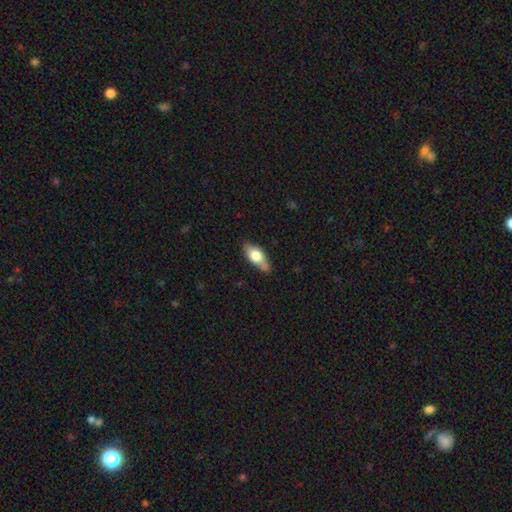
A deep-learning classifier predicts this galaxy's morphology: smooth-or-featured: smooth: 65% | featured or disk: 29% | star or artifact: 6%
  how-rounded: in between: 79% | cigar-shaped: 17% | round: 4%
  merging: none: 72% | minor disturbance: 21% | major disturbance: 4% | merger: 3%